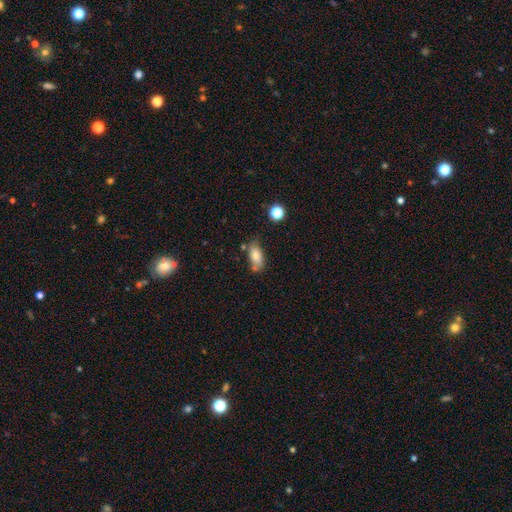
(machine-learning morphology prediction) Smooth or featured?
  - smooth: 77% *
  - featured or disk: 15%
  - star or artifact: 9%
How rounded?
  - in between: 86% *
  - cigar-shaped: 9%
  - round: 4%
Merging?
  - none: 61% *
  - minor disturbance: 22%
  - merger: 11%
  - major disturbance: 6%